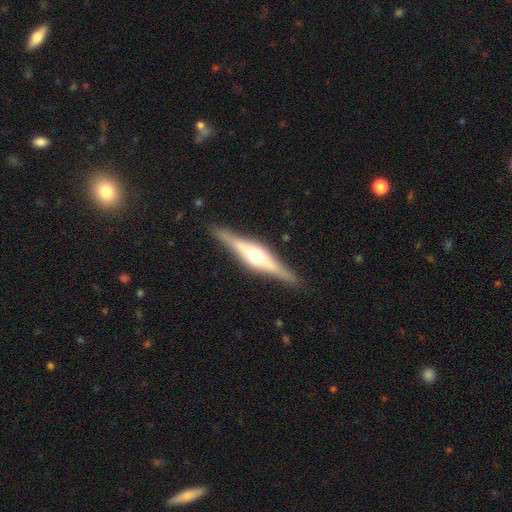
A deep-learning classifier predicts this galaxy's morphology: featured or disk 77%, smooth 18%, star or artifact 5%. Down the decision tree: edge-on disk — yes (97%); edge-on bulge — rounded (90%); merging — none (89%).